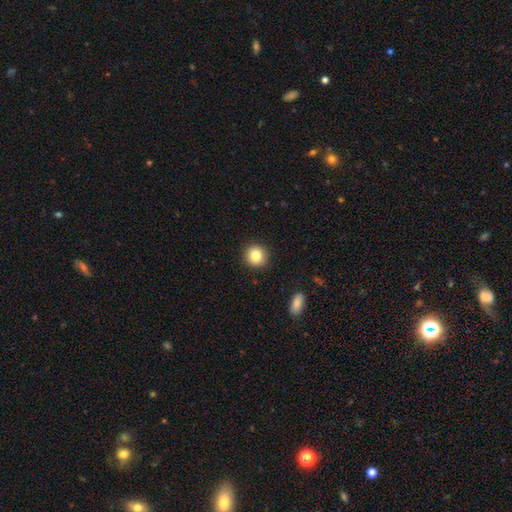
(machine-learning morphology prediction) Smooth or featured: smooth — 83% (star or artifact — 10%)
How rounded: round — 92% (in between — 7%)
Merging: none — 92% (minor disturbance — 5%)